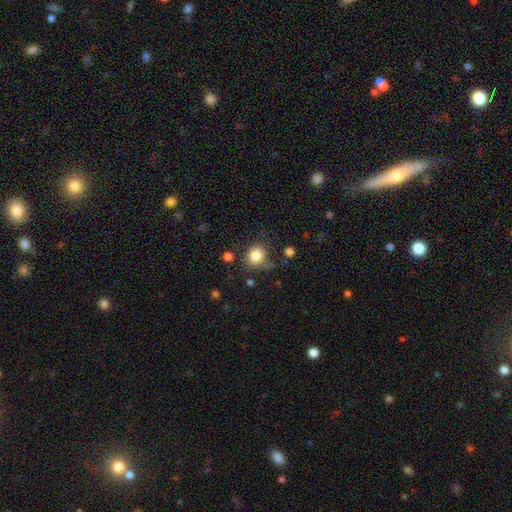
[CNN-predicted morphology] type=smooth (84%); roundness=round (69%); merging=none (74%).